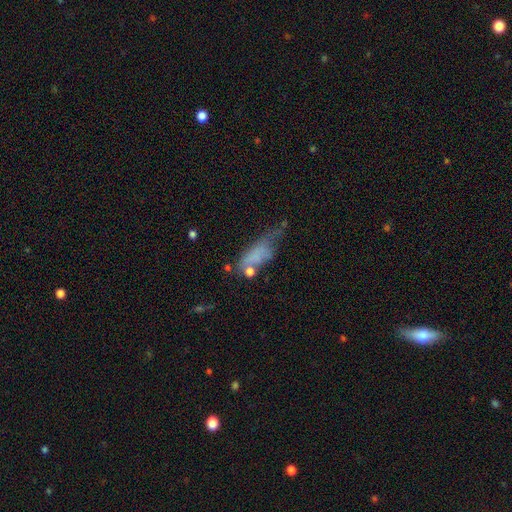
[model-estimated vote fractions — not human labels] A smooth galaxy with no disk features (56%) that is in between round and cigar-shaped (61%). Merging: major disturbance (33%).